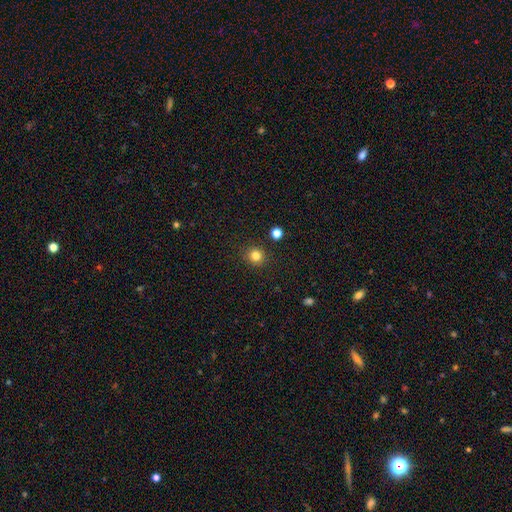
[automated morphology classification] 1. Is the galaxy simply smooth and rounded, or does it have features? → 82% smooth, 13% star or artifact, 5% featured or disk.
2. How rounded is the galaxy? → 91% round, 8% in between, 1% cigar-shaped.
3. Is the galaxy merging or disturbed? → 90% none, 6% minor disturbance, 2% merger, 2% major disturbance.